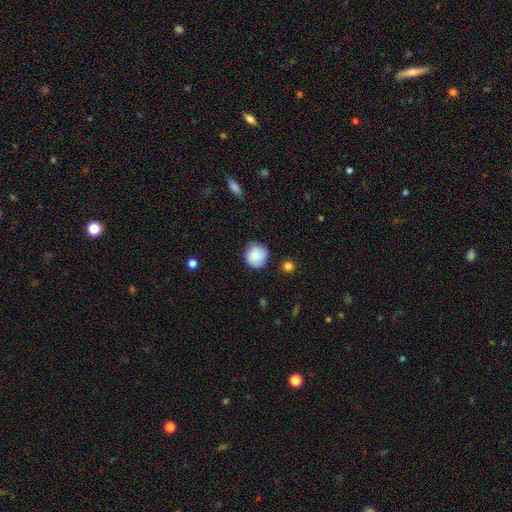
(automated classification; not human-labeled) A smooth galaxy with no disk features (84%) that is round (91%). Merging: none (78%).